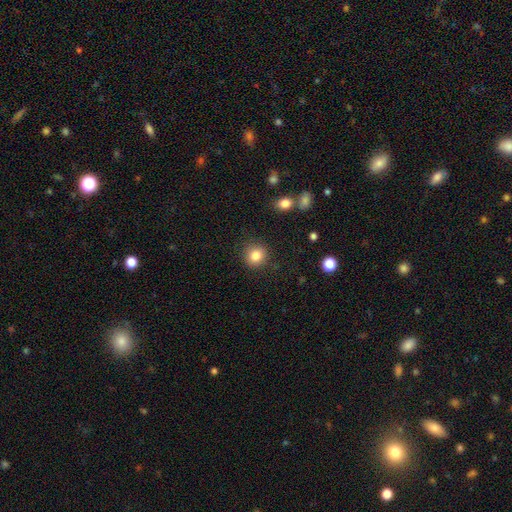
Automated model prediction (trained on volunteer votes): A smooth galaxy with no disk features (84%) that is round (86%).

Vote fractions:
- Smooth or featured? smooth: 84% / star or artifact: 11% / featured or disk: 6%
- How rounded? round: 86% / in between: 13% / cigar-shaped: 1%
- Merging? none: 88% / minor disturbance: 8% / major disturbance: 3% / merger: 2%